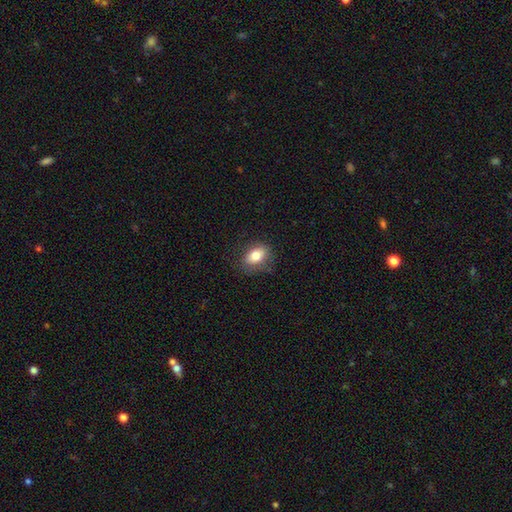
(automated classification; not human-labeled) Smooth or featured? smooth (78%)
How rounded? in between (80%)
Merging? none (75%)